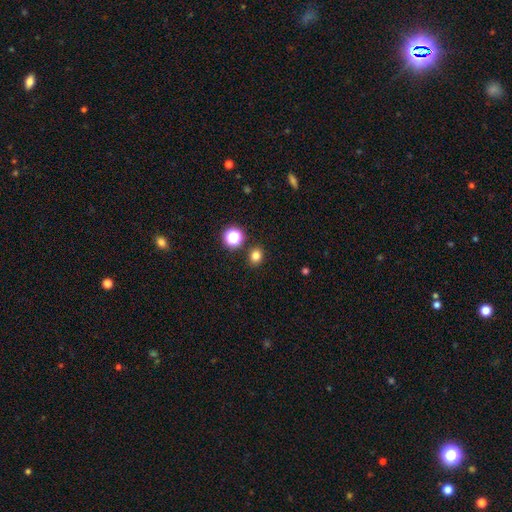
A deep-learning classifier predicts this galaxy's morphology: smooth 79%, star or artifact 16%, featured or disk 5%. Down the decision tree: how rounded — round (63%); merging — none (87%).